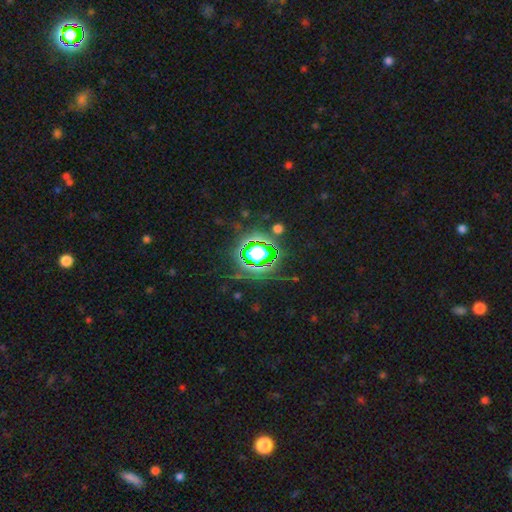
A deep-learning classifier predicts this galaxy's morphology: Smooth or featured?
  - star or artifact: 71% *
  - smooth: 17%
  - featured or disk: 12%